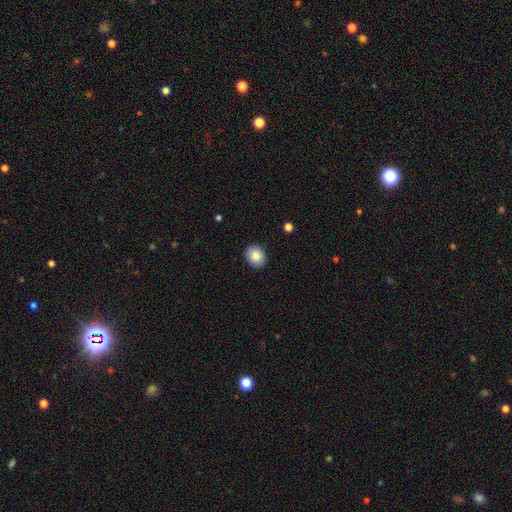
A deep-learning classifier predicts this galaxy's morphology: A smooth galaxy with no disk features (87%) that is round (58%).

Vote fractions:
- Smooth or featured? smooth: 87% / star or artifact: 8% / featured or disk: 5%
- How rounded? round: 58% / in between: 41% / cigar-shaped: 1%
- Merging? none: 89% / minor disturbance: 8% / major disturbance: 2% / merger: 1%